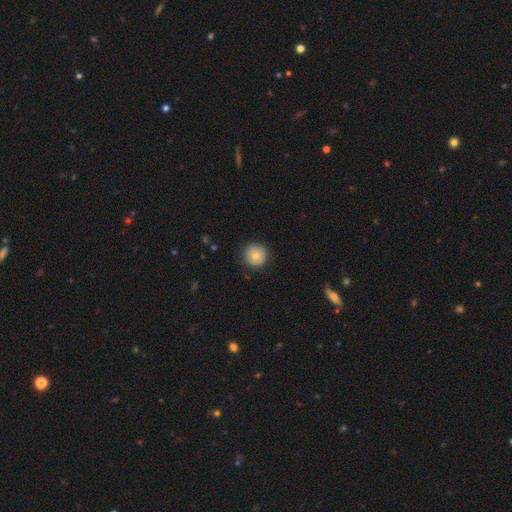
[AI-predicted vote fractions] A smooth galaxy with no disk features (81%) that is round (95%). Merging: none (87%).